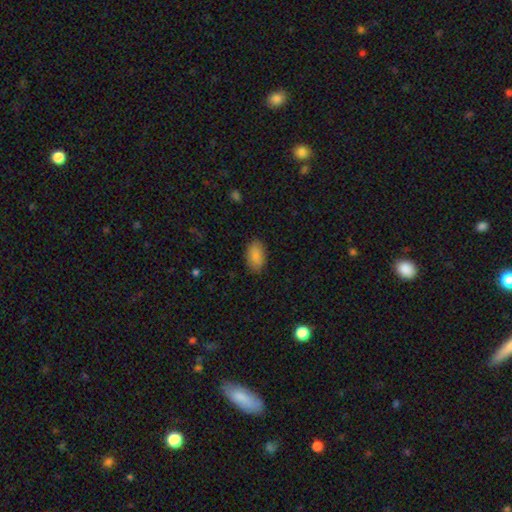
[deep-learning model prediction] Morphology: type=smooth (87%); roundness=in between (92%); merging=none (86%).